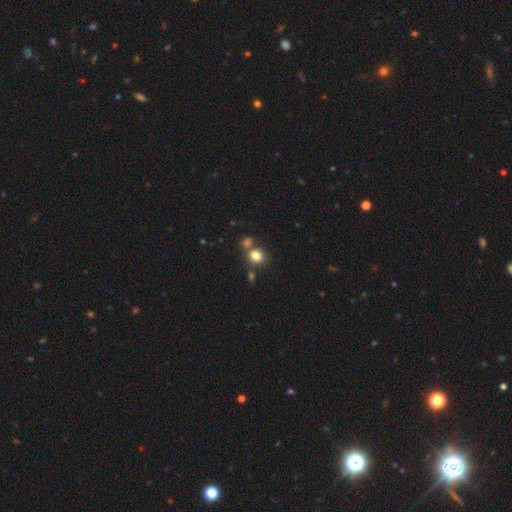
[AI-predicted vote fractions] smooth_or_featured: smooth (p=0.81) [alt: star or artifact p=0.12]
how_rounded: round (p=0.71) [alt: in between p=0.28]
merging: none (p=0.62) [alt: merger p=0.25]